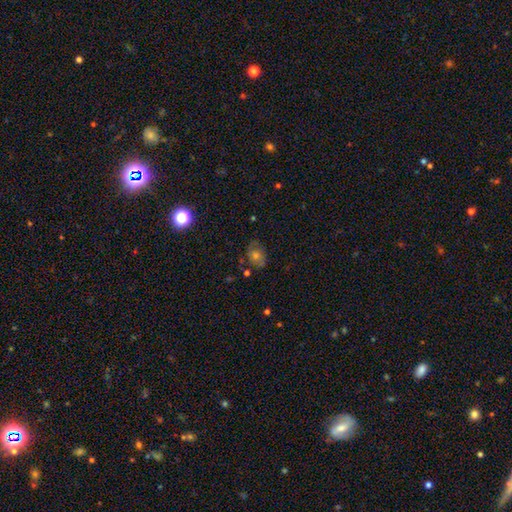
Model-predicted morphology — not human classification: A smooth galaxy with no disk features (47%).

Vote fractions:
- Smooth or featured? smooth: 47% / featured or disk: 35% / star or artifact: 18%
- Merging? none: 71% / minor disturbance: 20% / major disturbance: 6% / merger: 3%